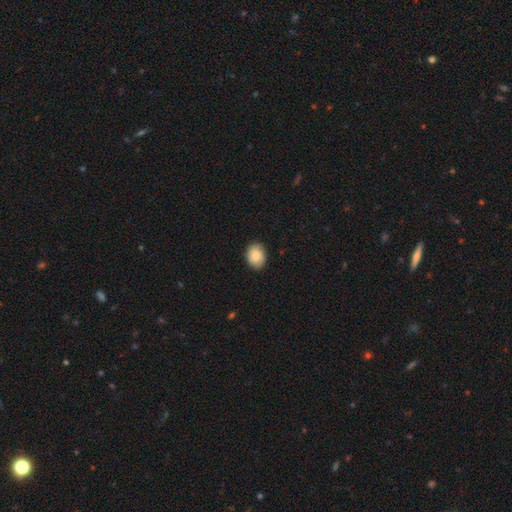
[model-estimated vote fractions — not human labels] smooth 85%, featured or disk 8%, star or artifact 7%. Down the decision tree: how rounded — in between (60%); merging — none (85%).